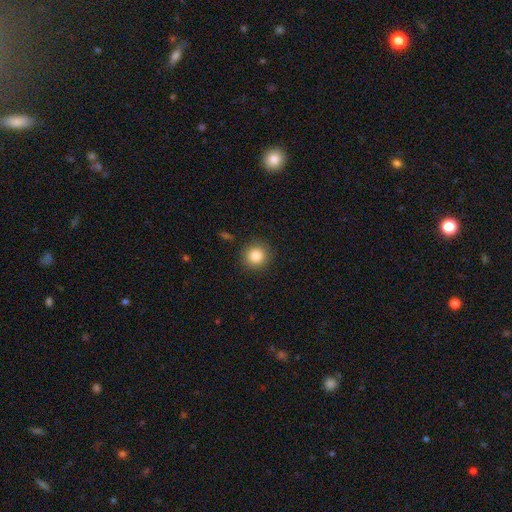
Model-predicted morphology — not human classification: This appears to be a smooth galaxy with no disk features (85%) that is round (93%). Merging: none (90%).